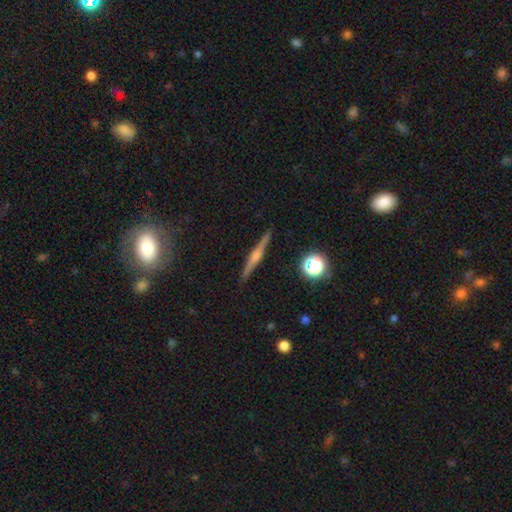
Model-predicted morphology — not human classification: Q: Smooth or featured?
A: featured or disk (73%); runner-up: smooth (18%)
Q: Edge-on disk?
A: yes (98%); runner-up: no (2%)
Q: Edge-on bulge?
A: rounded (76%); runner-up: boxy (13%)
Q: Merging?
A: none (91%); runner-up: minor disturbance (6%)